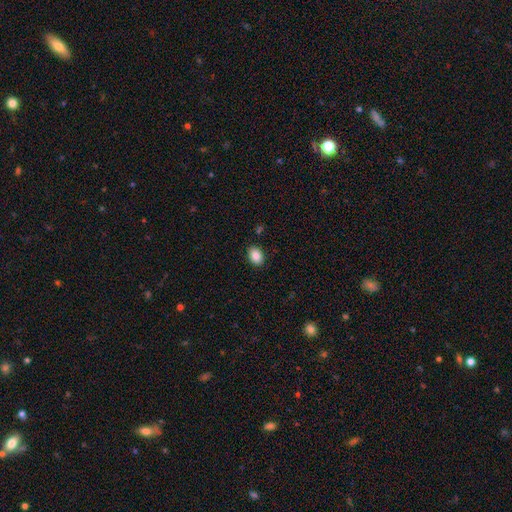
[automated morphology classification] Overall: smooth (88%). How rounded: in between (77%). Merging: none (88%).